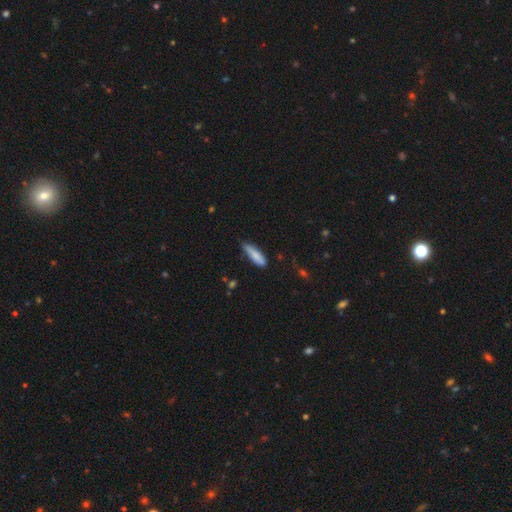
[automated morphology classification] This appears to be a smooth galaxy with no disk features (82%) that is cigar-shaped (66%). Merging: none (62%).